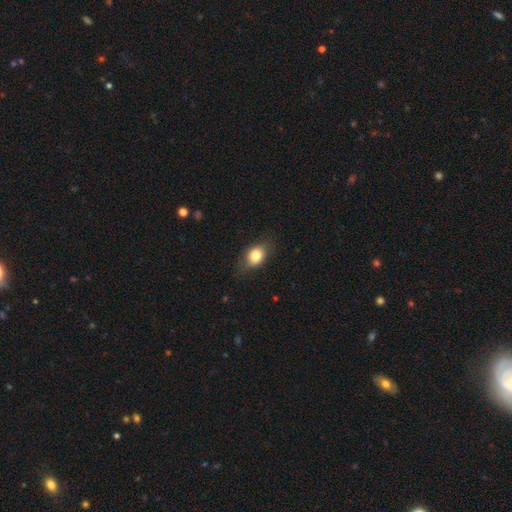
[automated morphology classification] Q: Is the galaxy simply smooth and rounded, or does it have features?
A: smooth — 79%.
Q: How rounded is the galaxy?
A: in between — 67%.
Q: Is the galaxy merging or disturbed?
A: none — 76%.